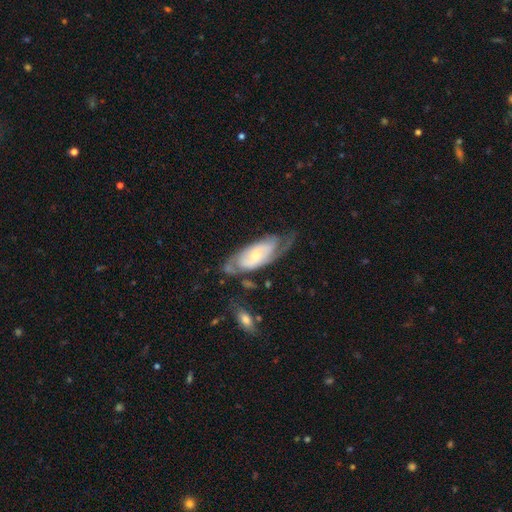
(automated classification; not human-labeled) Morphology: type=featured or disk (72%); edge-on=no (88%); bar=no (62%); spiral arms=yes (84%); winding=tight (49%); arm count=2 (53%); bulge=small (60%); merging=none (53%).